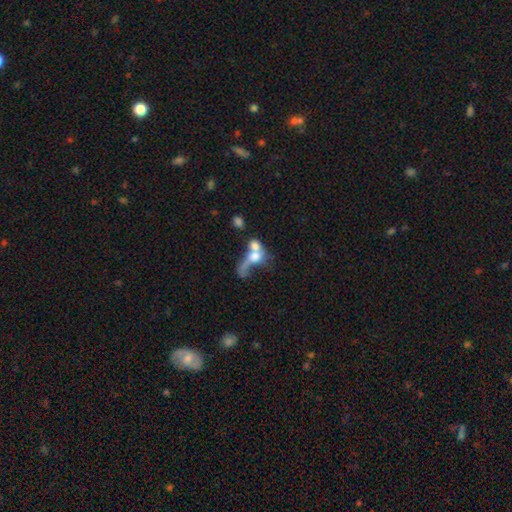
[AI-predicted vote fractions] Smooth or featured?
  - smooth: 53% *
  - featured or disk: 36%
  - star or artifact: 11%
How rounded?
  - in between: 55% *
  - round: 38%
  - cigar-shaped: 7%
Merging?
  - merger: 65% *
  - major disturbance: 19%
  - none: 10%
  - minor disturbance: 6%